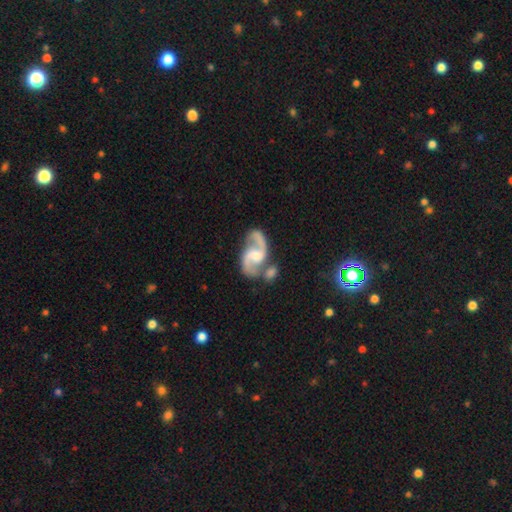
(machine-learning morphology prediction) smooth-or-featured: featured or disk: 90% | smooth: 5% | star or artifact: 5%
  disk-edge-on: no: 98% | yes: 2%
    bar: weak: 48% | no: 36% | strong: 15%
    has-spiral-arms: yes: 97% | no: 3%
      spiral-winding: medium: 51% | loose: 38% | tight: 11%
      spiral-arm-count: 2: 93% | can't tell: 2% | 1: 1% | 3: 1% | 4: 1% | more than 4: 1%
    bulge-size: moderate: 45% | small: 42% | none: 8% | large: 4% | dominant: 1%
  merging: none: 54% | merger: 23% | minor disturbance: 16% | major disturbance: 7%